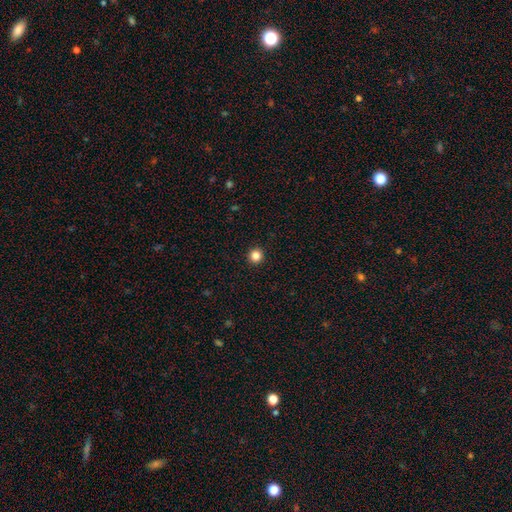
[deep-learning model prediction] The model was most divided on "smooth or featured": smooth: 85%, star or artifact: 12%, featured or disk: 4%. More confident: how rounded — round (95%); merging — none (94%).